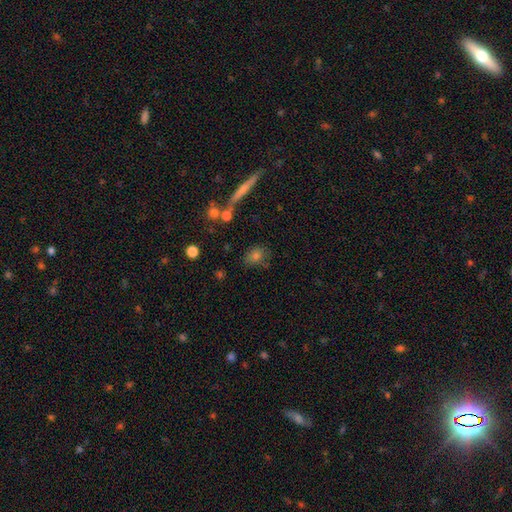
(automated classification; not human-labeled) Smooth or featured? Predicted: smooth (p=0.71). How rounded? Predicted: in between (p=0.50). Merging? Predicted: none (p=0.70).